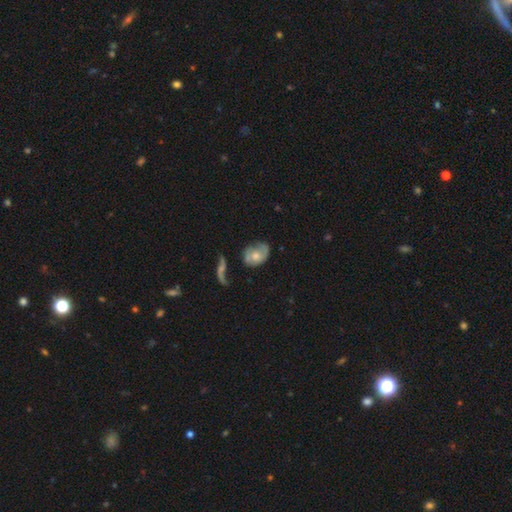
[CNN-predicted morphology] This appears to be a featured or disk galaxy (51%). Merging: none (44%).